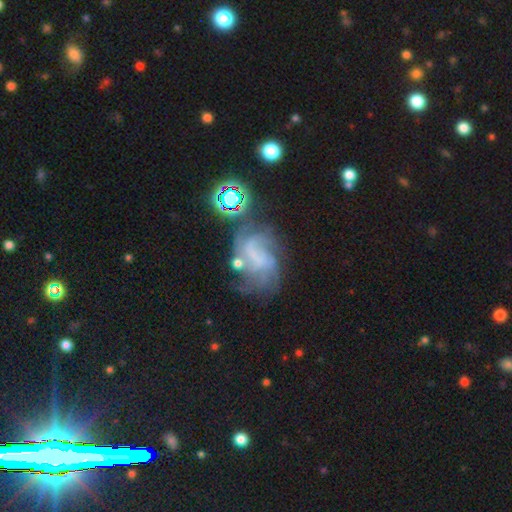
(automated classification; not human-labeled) Smooth or featured? Predicted: featured or disk (p=0.67). Edge-on disk? Predicted: no (p=0.97). Bar? Predicted: no (p=0.53). Spiral arms? Predicted: yes (p=0.79). Spiral winding? Predicted: medium (p=0.39). Spiral arm count? Predicted: can't tell (p=0.37). Bulge size? Predicted: none (p=0.66). Merging? Predicted: none (p=0.41).